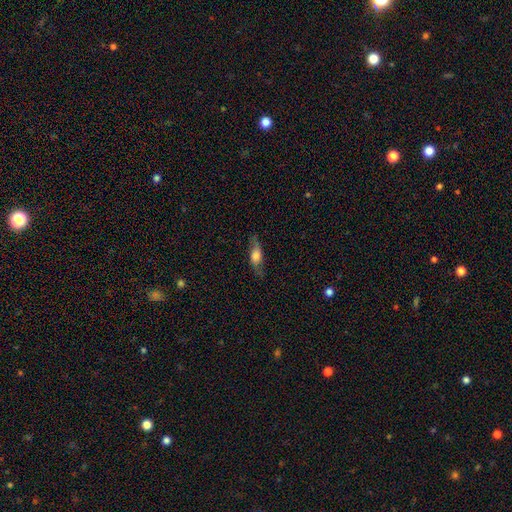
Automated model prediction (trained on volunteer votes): Smooth or featured? Predicted: smooth (p=0.57). How rounded? Predicted: in between (p=0.60). Merging? Predicted: none (p=0.70).